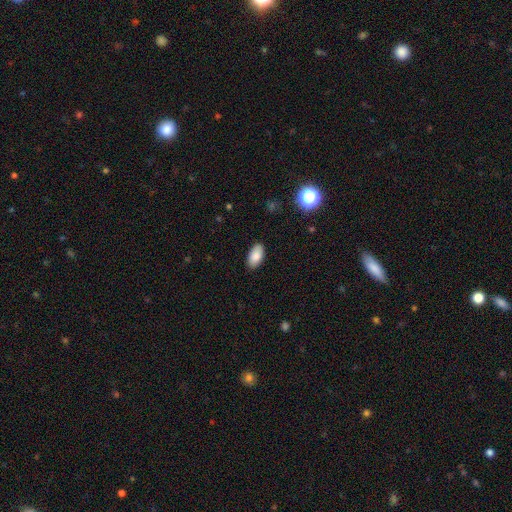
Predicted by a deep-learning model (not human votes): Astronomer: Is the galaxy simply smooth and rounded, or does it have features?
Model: smooth — 86%.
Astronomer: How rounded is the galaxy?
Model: in between — 94%.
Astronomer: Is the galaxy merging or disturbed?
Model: none — 87%.